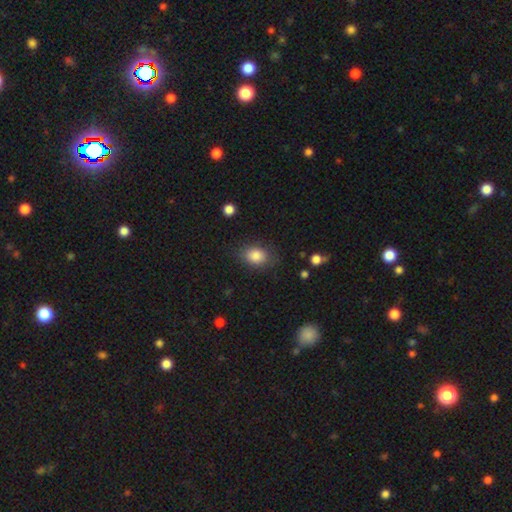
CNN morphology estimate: Smooth or featured?
  - smooth: 85% *
  - star or artifact: 8%
  - featured or disk: 6%
How rounded?
  - in between: 68% *
  - round: 31%
  - cigar-shaped: 1%
Merging?
  - none: 79% *
  - minor disturbance: 15%
  - major disturbance: 5%
  - merger: 2%